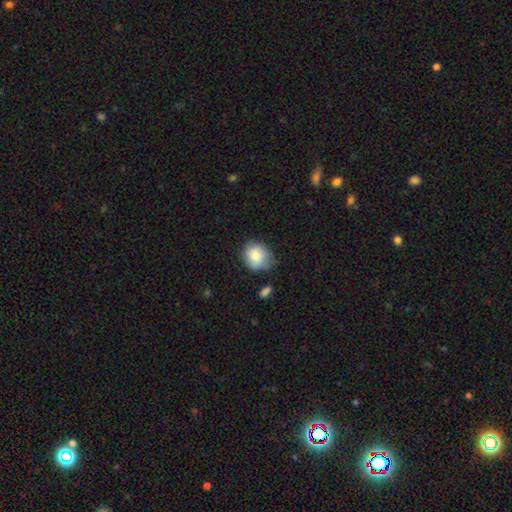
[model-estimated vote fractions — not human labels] smooth-or-featured: smooth: 85% | featured or disk: 8% | star or artifact: 7%
  how-rounded: round: 69% | in between: 30% | cigar-shaped: 1%
  merging: none: 60% | minor disturbance: 29% | major disturbance: 7% | merger: 5%